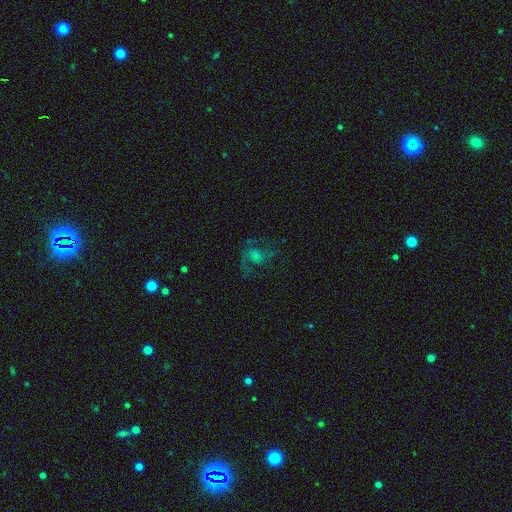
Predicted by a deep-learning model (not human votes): This is likely a featured or disk galaxy (67%). It is clearly not viewed edge-on (97%). Bar: likely no (64%). Spiral arm pattern: clearly yes (88%). Spiral arm count: likely 2 (66%). Spiral winding: possibly medium (47%). Central bulge: marginally small (32%). Merging: possibly none (59%).